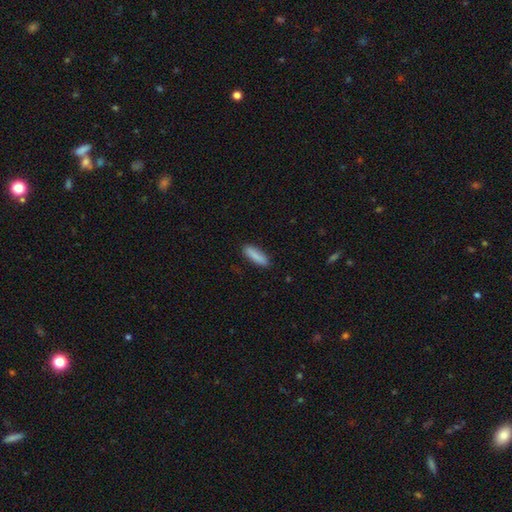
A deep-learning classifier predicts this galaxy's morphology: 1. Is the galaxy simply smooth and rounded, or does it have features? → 87% smooth, 6% featured or disk, 6% star or artifact.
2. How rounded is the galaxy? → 65% cigar-shaped, 34% in between, 2% round.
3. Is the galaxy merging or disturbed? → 88% none, 9% minor disturbance, 2% major disturbance, 1% merger.